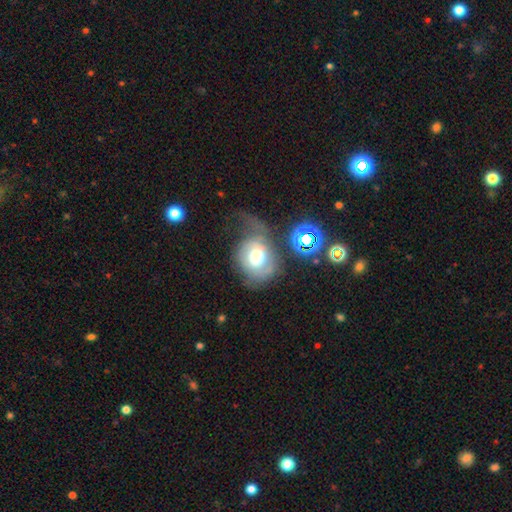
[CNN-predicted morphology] A smooth galaxy with no disk features (51%) that is round (65%). Merging: major disturbance (40%).